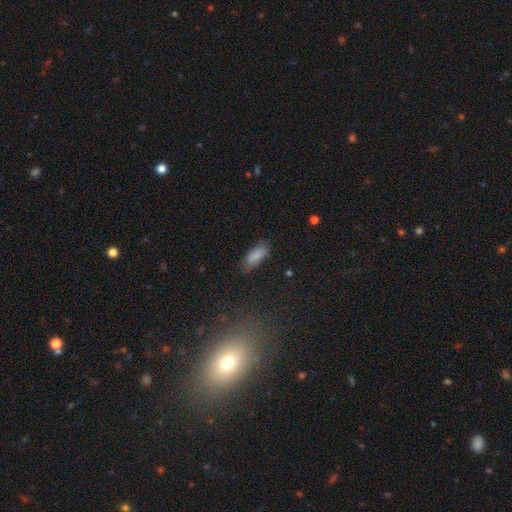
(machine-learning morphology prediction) Smooth or featured: smooth — 85% (star or artifact — 8%)
How rounded: in between — 80% (cigar-shaped — 18%)
Merging: none — 70% (minor disturbance — 23%)